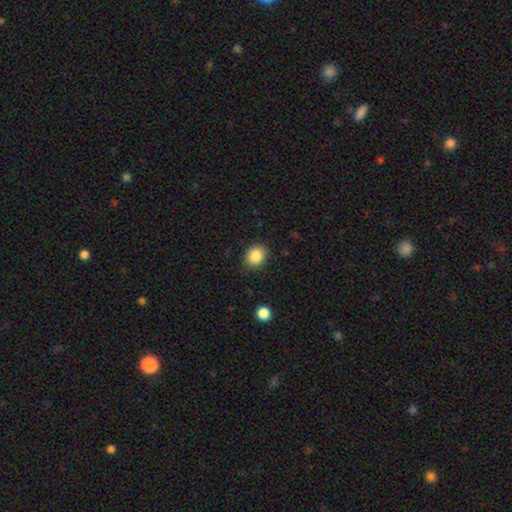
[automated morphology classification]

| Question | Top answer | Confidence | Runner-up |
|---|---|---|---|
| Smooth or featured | smooth | 86% | star or artifact (9%) |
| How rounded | round | 58% | in between (41%) |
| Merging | none | 84% | minor disturbance (12%) |